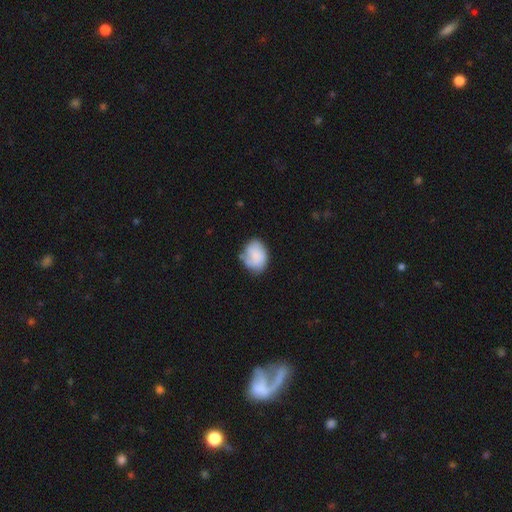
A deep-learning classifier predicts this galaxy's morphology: Smooth or featured?
  - smooth: 77% *
  - featured or disk: 16%
  - star or artifact: 7%
How rounded?
  - in between: 63% *
  - round: 36%
  - cigar-shaped: 1%
Merging?
  - none: 55% *
  - minor disturbance: 30%
  - major disturbance: 9%
  - merger: 6%